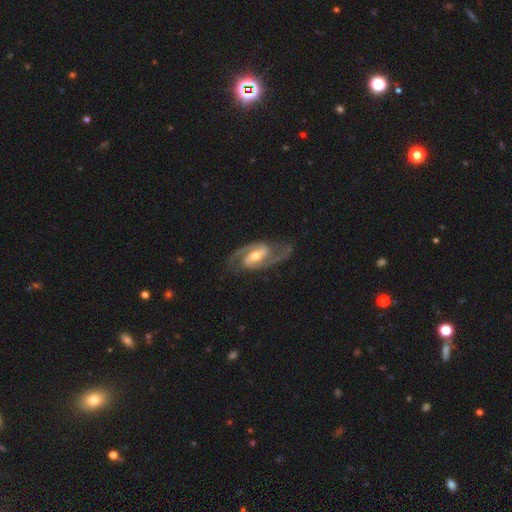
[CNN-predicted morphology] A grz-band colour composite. It shows a featured or disk galaxy (92%) with a weak bar (43%), 2 (94%) medium (61%) spiral arms (98%) and a moderate central bulge (66%). Merging: none (81%).